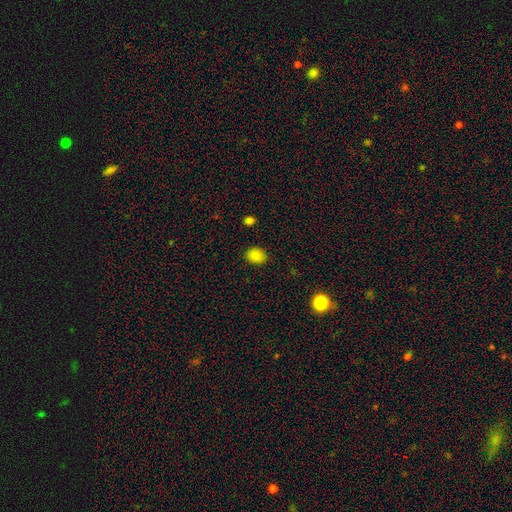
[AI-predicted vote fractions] A smooth galaxy with no disk features (85%) that is round (51%). Merging: none (88%).